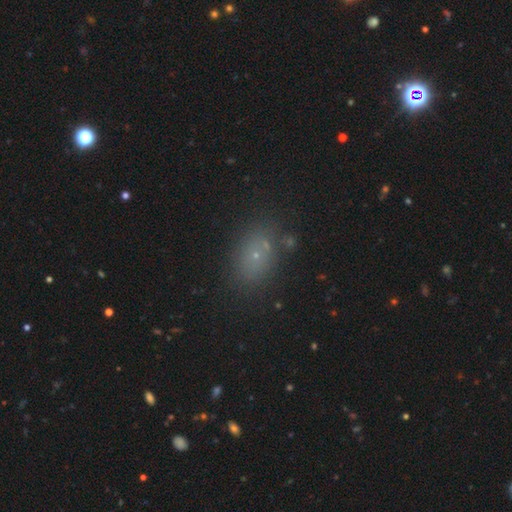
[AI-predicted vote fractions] Smooth or featured? smooth (63%)
How rounded? in between (74%)
Merging? none (79%)